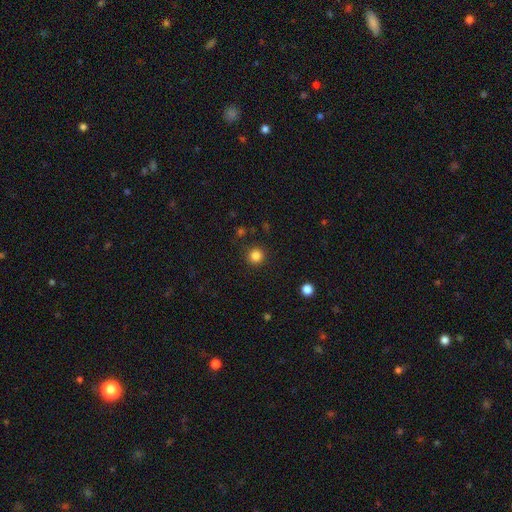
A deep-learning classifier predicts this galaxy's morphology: Smooth or featured?
  - smooth: 84% *
  - star or artifact: 12%
  - featured or disk: 4%
How rounded?
  - round: 95% *
  - in between: 4%
  - cigar-shaped: 1%
Merging?
  - none: 91% *
  - minor disturbance: 6%
  - major disturbance: 2%
  - merger: 1%